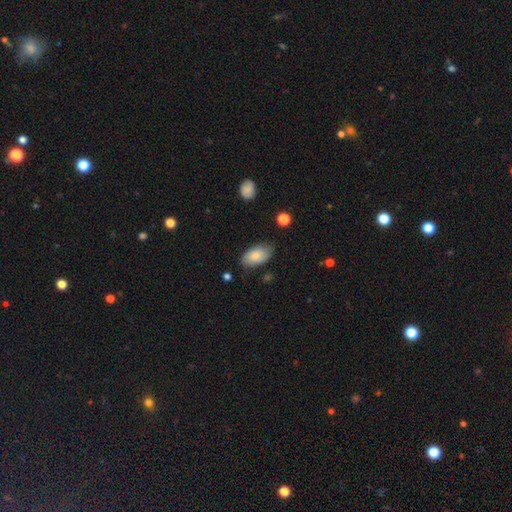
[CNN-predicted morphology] Q: Smooth or featured?
A: smooth (84%); runner-up: featured or disk (9%)
Q: How rounded?
A: in between (94%); runner-up: round (4%)
Q: Merging?
A: none (75%); runner-up: minor disturbance (19%)